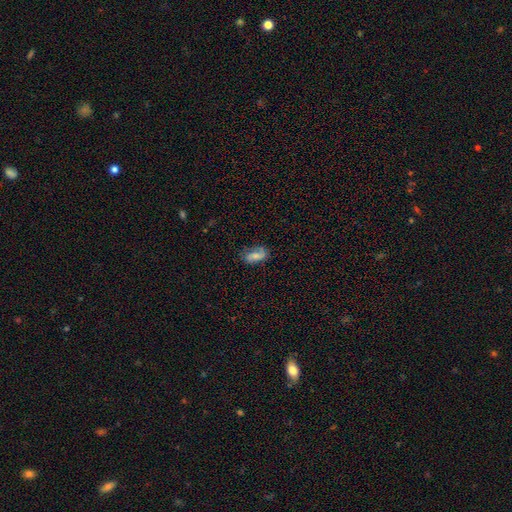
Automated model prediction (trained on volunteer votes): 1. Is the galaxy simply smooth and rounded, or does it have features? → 53% smooth, 38% featured or disk, 9% star or artifact.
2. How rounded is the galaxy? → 89% in between, 6% cigar-shaped, 6% round.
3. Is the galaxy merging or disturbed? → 64% none, 25% minor disturbance, 10% major disturbance, 2% merger.